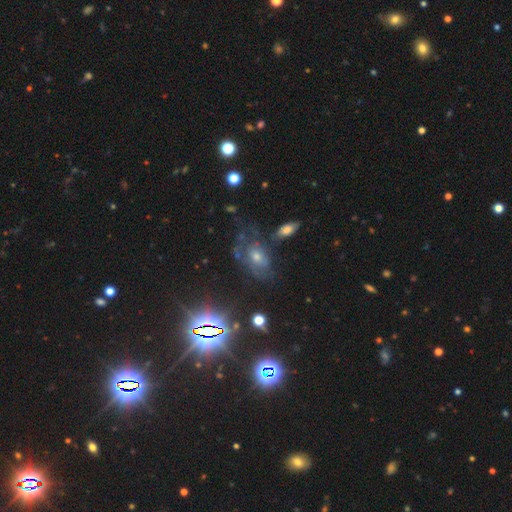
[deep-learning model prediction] Q: Smooth or featured?
A: featured or disk (48%); runner-up: star or artifact (31%)
Q: Merging?
A: none (49%); runner-up: minor disturbance (23%)